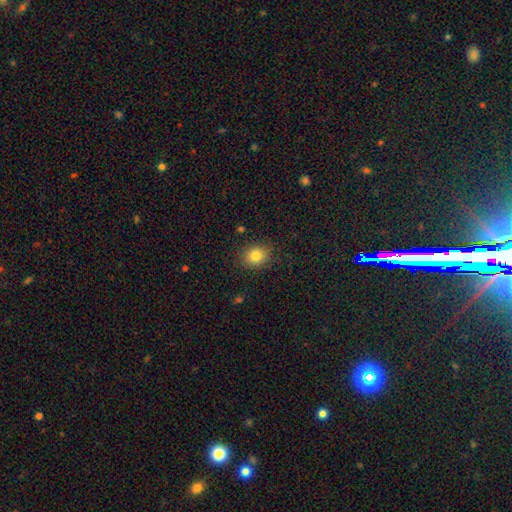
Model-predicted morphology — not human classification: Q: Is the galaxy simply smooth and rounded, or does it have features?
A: smooth — 81%.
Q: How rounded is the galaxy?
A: round — 68%.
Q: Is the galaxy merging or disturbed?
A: none — 87%.